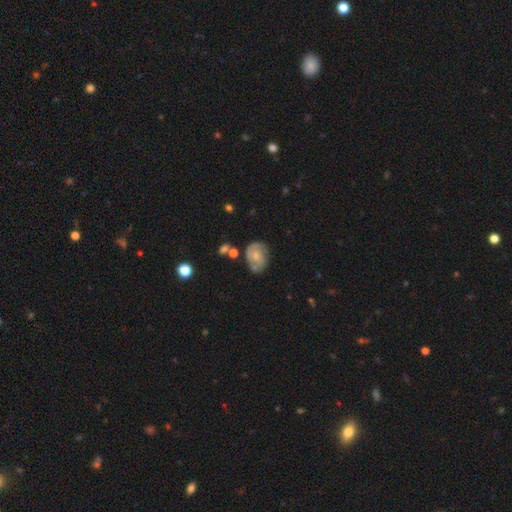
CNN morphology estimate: smooth_or_featured: featured or disk (p=0.55) [alt: smooth p=0.37]
disk_edge_on: no (p=0.97) [alt: yes p=0.03]
bar: no (p=0.71) [alt: weak p=0.25]
has_spiral_arms: yes (p=0.72) [alt: no p=0.28]
bulge_size: small (p=0.58) [alt: moderate p=0.33]
merging: none (p=0.56) [alt: minor disturbance p=0.27]